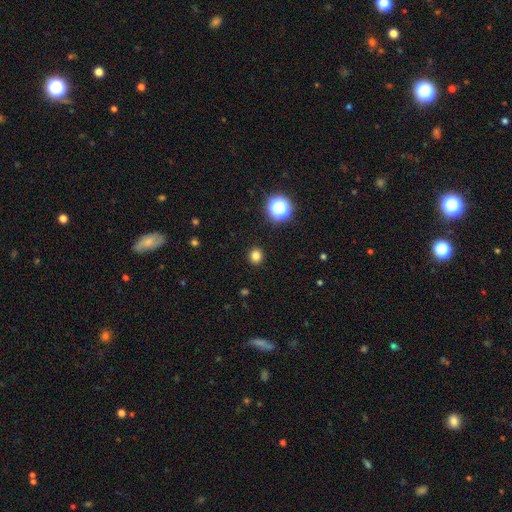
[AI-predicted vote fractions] smooth 80%, star or artifact 15%, featured or disk 5%. Down the decision tree: how rounded — round (89%); merging — none (92%).